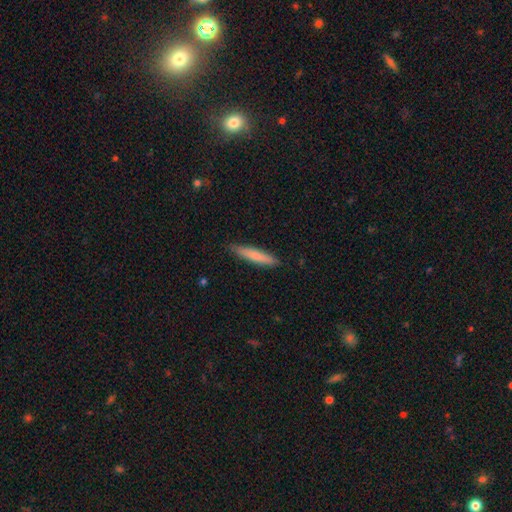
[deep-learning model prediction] smooth 74%, featured or disk 21%, star or artifact 5%. Down the decision tree: how rounded — cigar-shaped (90%); merging — none (87%).